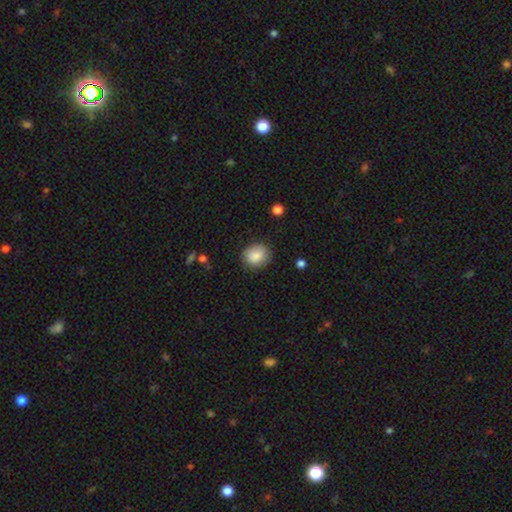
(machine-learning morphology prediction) Smooth or featured?
  - smooth: 86% *
  - star or artifact: 8%
  - featured or disk: 6%
How rounded?
  - round: 72% *
  - in between: 27%
  - cigar-shaped: 1%
Merging?
  - none: 82% *
  - minor disturbance: 13%
  - major disturbance: 3%
  - merger: 1%